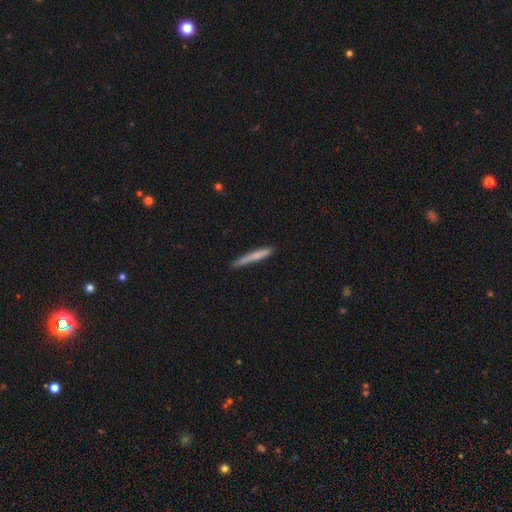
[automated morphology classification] type=smooth (70%); roundness=cigar-shaped (96%); merging=none (83%).